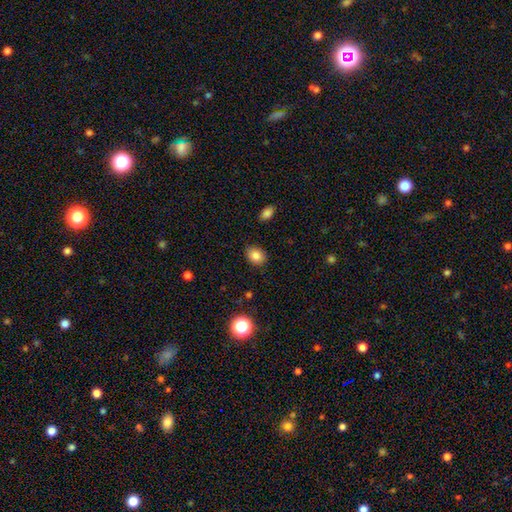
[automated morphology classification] Overall: smooth (84%). How rounded: in between (60%; round 39%). Merging: none (85%).